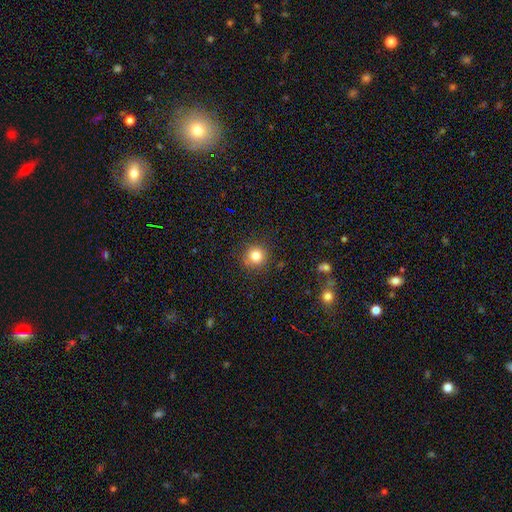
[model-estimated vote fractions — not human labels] smooth-or-featured: smooth: 81% | star or artifact: 12% | featured or disk: 6%
  how-rounded: round: 93% | in between: 6% | cigar-shaped: 1%
  merging: none: 88% | minor disturbance: 8% | major disturbance: 3% | merger: 1%